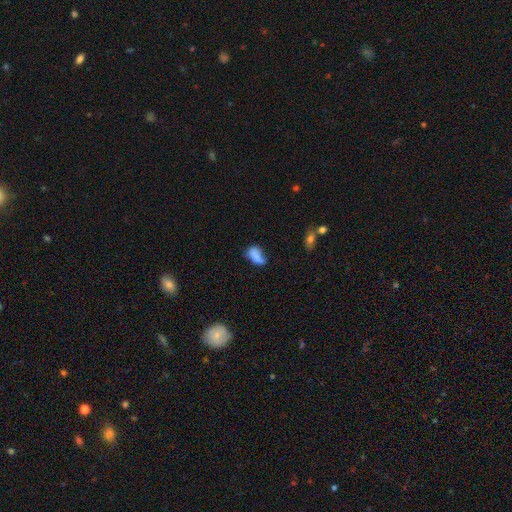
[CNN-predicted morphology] Smooth or featured? smooth (75%)
How rounded? in between (88%)
Merging? none (37%)